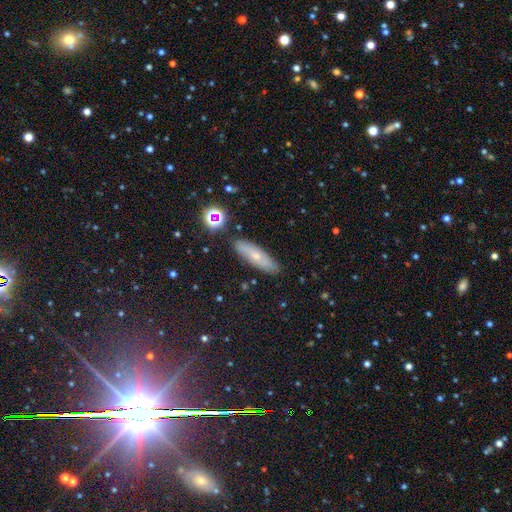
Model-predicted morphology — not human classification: A smooth galaxy with no disk features (53%) that is cigar-shaped (56%). Merging: none (85%).